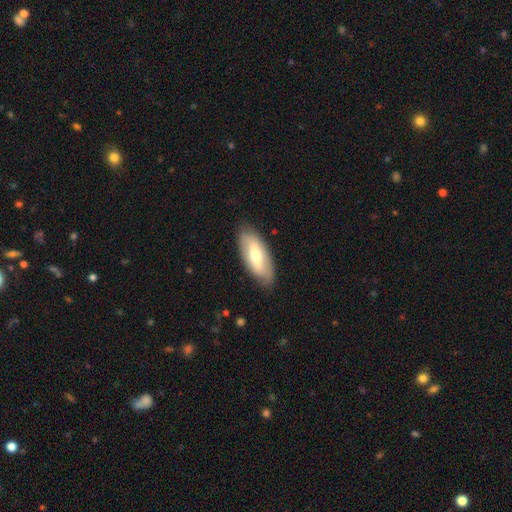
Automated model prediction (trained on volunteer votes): Smooth or featured? smooth (50%)
How rounded? in between (83%)
Merging? none (82%)